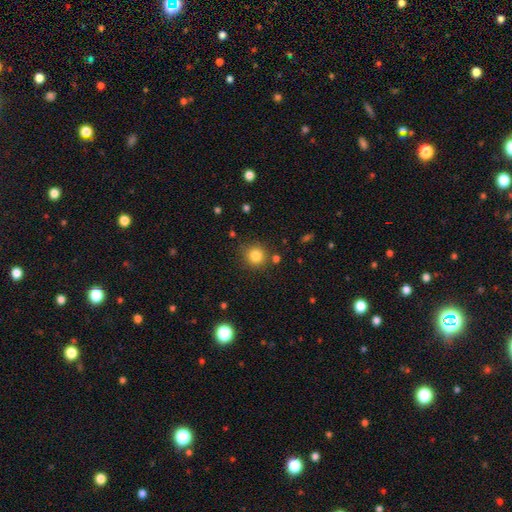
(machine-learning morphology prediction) Q: Smooth or featured?
A: smooth (82%); runner-up: star or artifact (12%)
Q: How rounded?
A: round (91%); runner-up: in between (8%)
Q: Merging?
A: none (82%); runner-up: minor disturbance (10%)